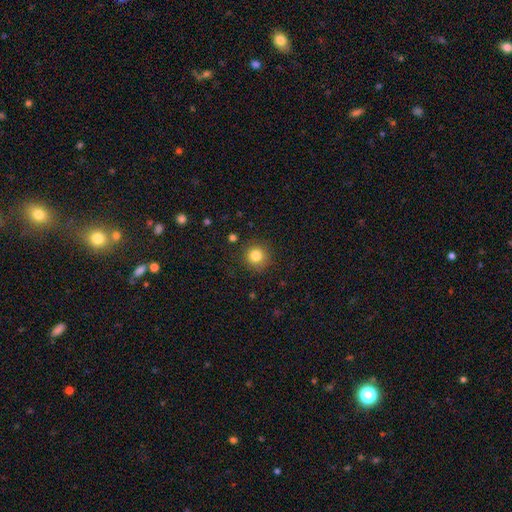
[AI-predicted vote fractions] Smooth or featured? Predicted: smooth (p=0.83). How rounded? Predicted: round (p=0.94). Merging? Predicted: none (p=0.89).